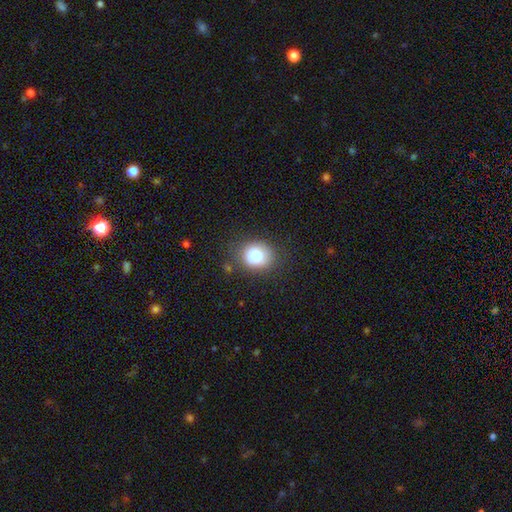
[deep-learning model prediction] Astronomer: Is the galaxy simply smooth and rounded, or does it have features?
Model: smooth — 81%.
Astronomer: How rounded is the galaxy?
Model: round — 68%.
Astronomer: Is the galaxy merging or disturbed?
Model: none — 80%.